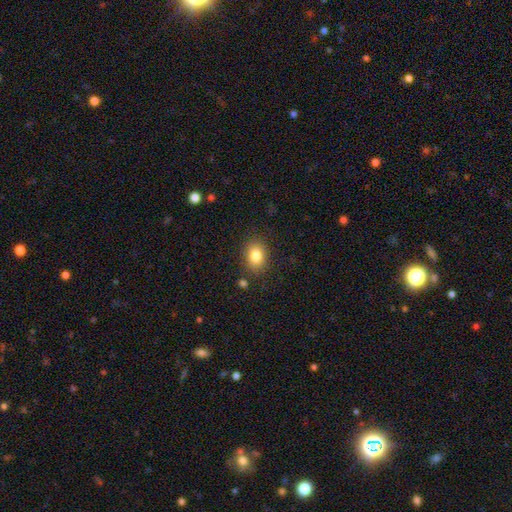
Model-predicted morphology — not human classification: Smooth or featured: smooth — 83% (star or artifact — 9%)
How rounded: in between — 66% (round — 33%)
Merging: none — 85% (minor disturbance — 10%)